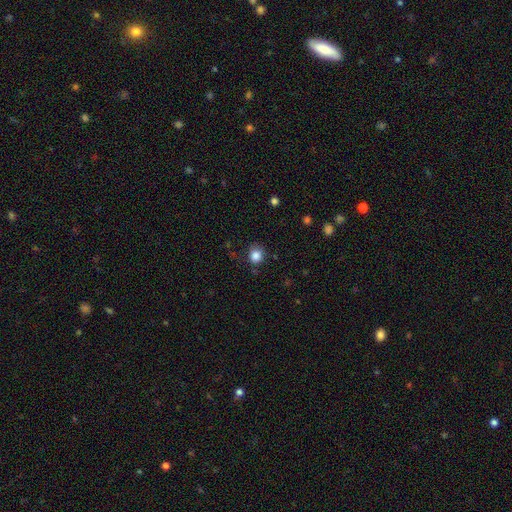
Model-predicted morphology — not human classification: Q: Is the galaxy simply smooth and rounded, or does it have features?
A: smooth — 84%.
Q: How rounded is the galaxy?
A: round — 82%.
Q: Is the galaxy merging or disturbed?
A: none — 78%.